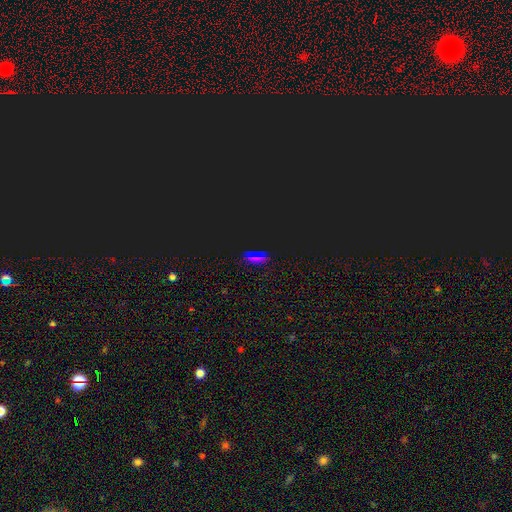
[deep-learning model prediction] smooth-or-featured: star or artifact: 63% | smooth: 29% | featured or disk: 8%